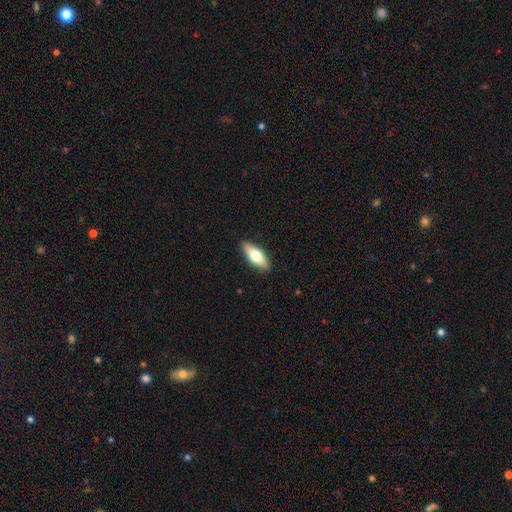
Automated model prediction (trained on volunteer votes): Smooth or featured: smooth — 63% (featured or disk — 31%)
How rounded: in between — 69% (cigar-shaped — 28%)
Merging: none — 89% (minor disturbance — 8%)